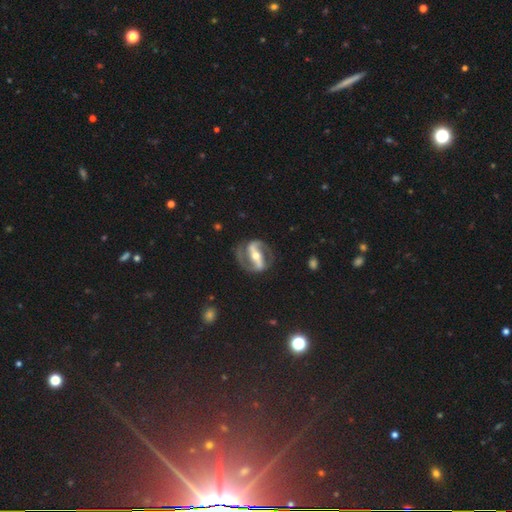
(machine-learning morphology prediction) Overall: featured or disk (90%). Edge-on disk: no (95%). Bar: strong (80%). Spiral arms: yes (94%). Spiral arm count: 2 (93%). Spiral winding: medium (53%; tight 31%). Bulge size: moderate (63%; small 30%). Merging: none (81%).